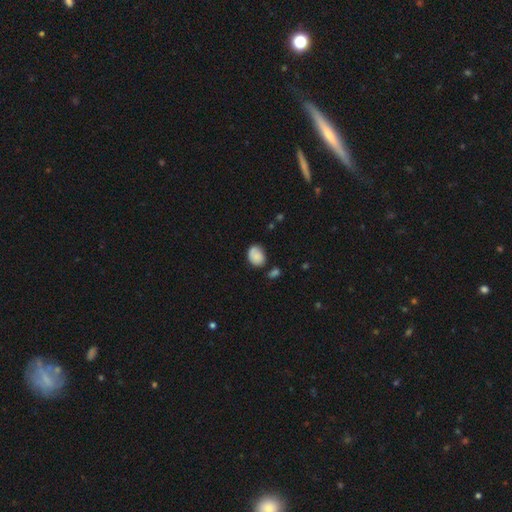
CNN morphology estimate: A smooth galaxy with no disk features (82%) that is in between round and cigar-shaped (69%). Merging: none (59%).